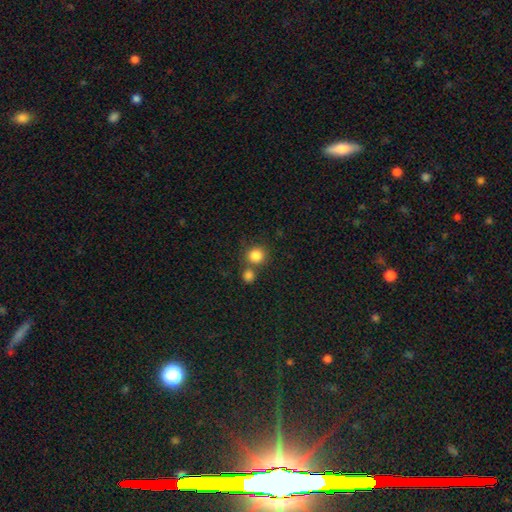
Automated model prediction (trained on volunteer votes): A smooth galaxy with no disk features (84%) that is round (90%).

Vote fractions:
- Smooth or featured? smooth: 84% / star or artifact: 10% / featured or disk: 5%
- How rounded? round: 90% / in between: 9% / cigar-shaped: 1%
- Merging? none: 64% / merger: 26% / minor disturbance: 7% / major disturbance: 3%